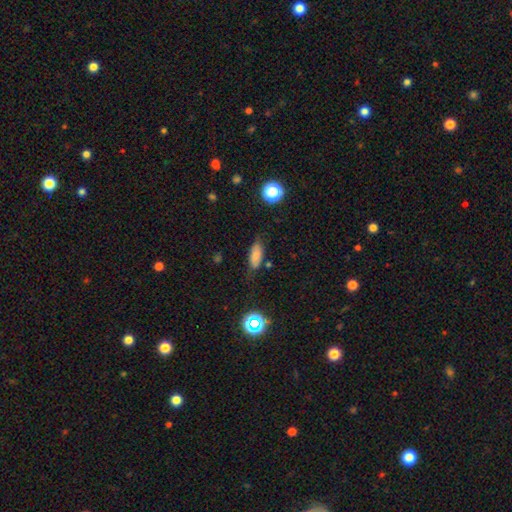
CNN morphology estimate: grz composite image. It shows a smooth galaxy with no disk features (78%) that is in between round and cigar-shaped (73%). Merging: none (73%).